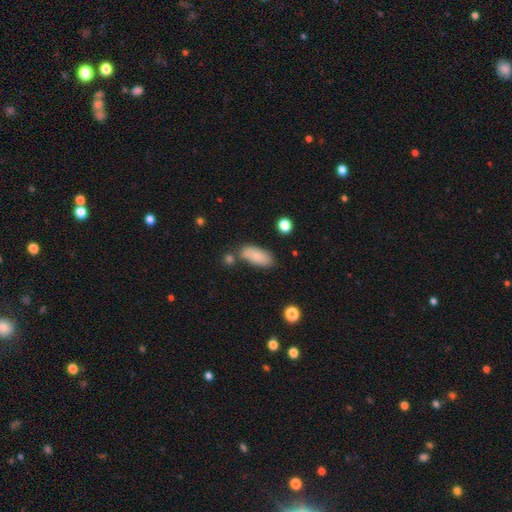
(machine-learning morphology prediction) A smooth galaxy with no disk features (83%) that is in between round and cigar-shaped (84%). Merging: none (64%).